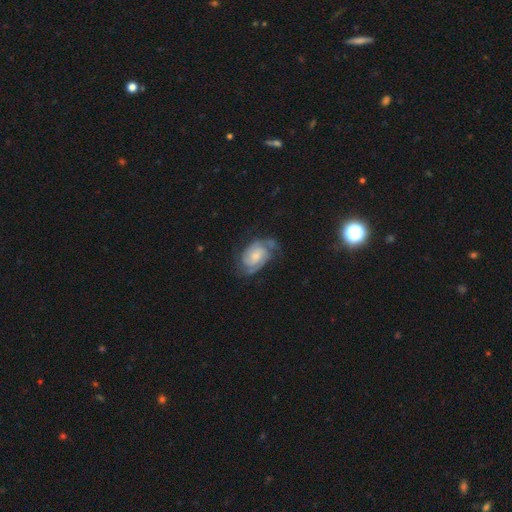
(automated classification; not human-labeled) This is clearly a featured or disk galaxy (84%). It is clearly not viewed edge-on (98%). Bar: possibly no (54%). Spiral arm pattern: clearly yes (97%). Spiral arm count: likely 2 (70%). Spiral winding: possibly tight (53%). Central bulge: marginally small (44%). Merging: likely none (65%).